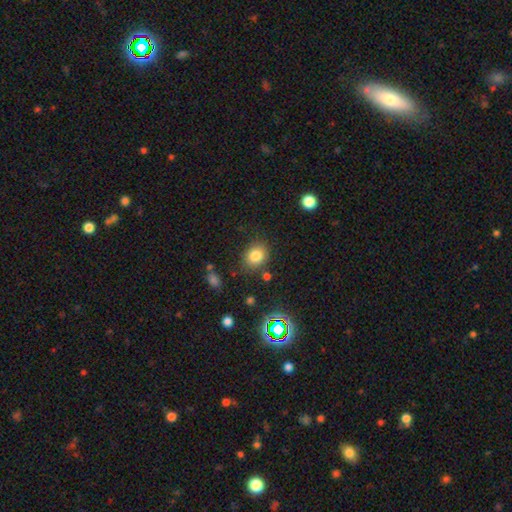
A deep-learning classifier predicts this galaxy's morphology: Q: Smooth or featured?
A: smooth (81%); runner-up: star or artifact (12%)
Q: How rounded?
A: round (60%); runner-up: in between (39%)
Q: Merging?
A: none (80%); runner-up: minor disturbance (12%)